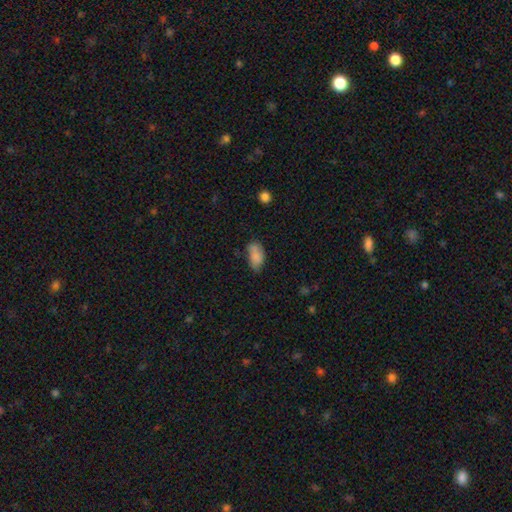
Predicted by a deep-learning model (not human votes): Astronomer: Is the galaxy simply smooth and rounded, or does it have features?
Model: smooth — 80%.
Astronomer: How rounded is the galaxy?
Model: in between — 92%.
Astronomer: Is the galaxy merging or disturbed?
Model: none — 55% (runner-up: minor disturbance, 32%).